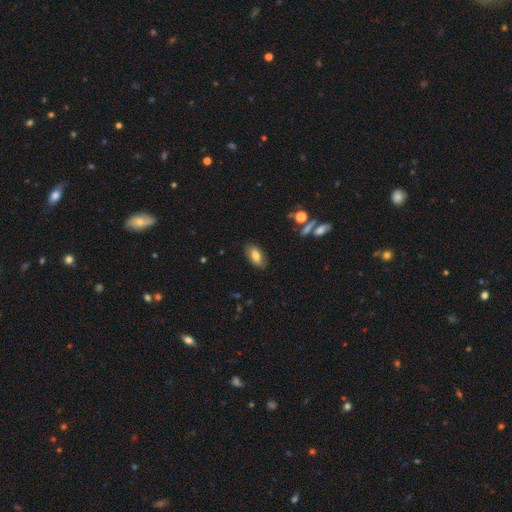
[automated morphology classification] This appears to be a smooth galaxy with no disk features (75%) that is in between round and cigar-shaped (90%). Merging: none (81%).